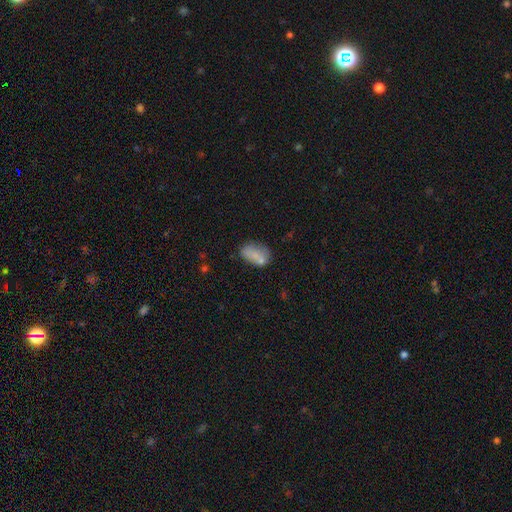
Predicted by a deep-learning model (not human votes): The model was most divided on "merging": none: 46%, merger: 23%, minor disturbance: 22%, major disturbance: 10%. More confident: how rounded — in between (84%); smooth or featured — smooth (71%).